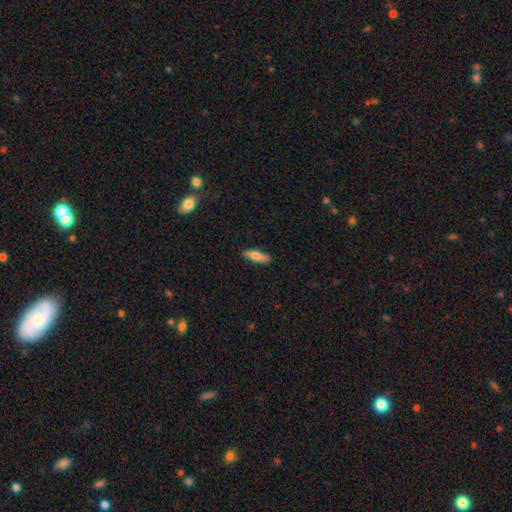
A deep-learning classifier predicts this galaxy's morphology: This appears to be a smooth galaxy with no disk features (73%) that is cigar-shaped (53%). Merging: none (88%).